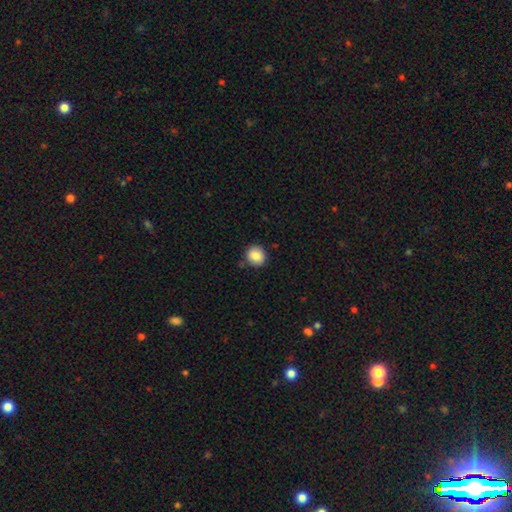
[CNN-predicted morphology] The model was most divided on "how rounded": round: 87%, in between: 13%, cigar-shaped: 1%. More confident: smooth or featured — smooth (86%); merging — none (85%).